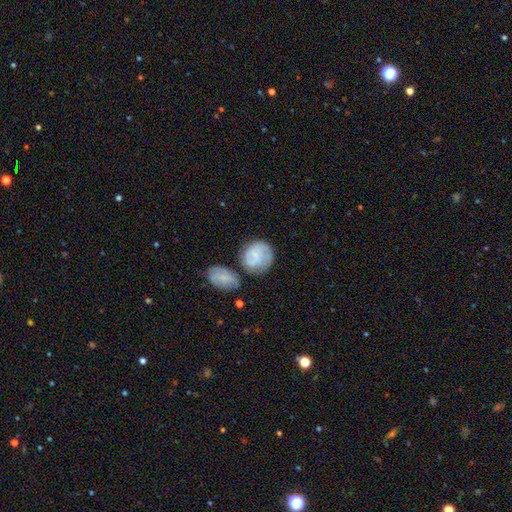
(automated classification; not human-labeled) smooth 56%, featured or disk 37%, star or artifact 7%. Down the decision tree: how rounded — round (76%); merging — none (52%).